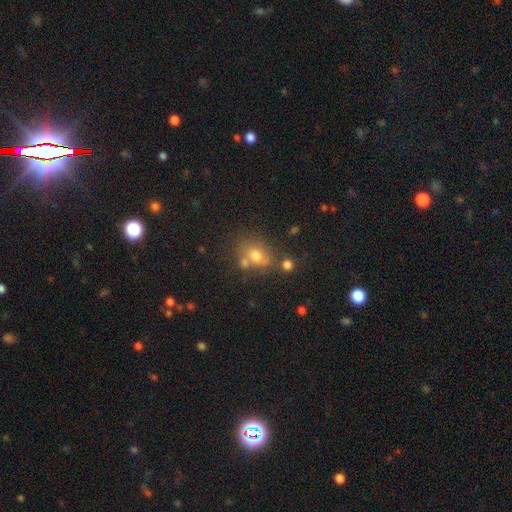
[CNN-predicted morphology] type=smooth (67%); roundness=round (54%); merging=none (55%).